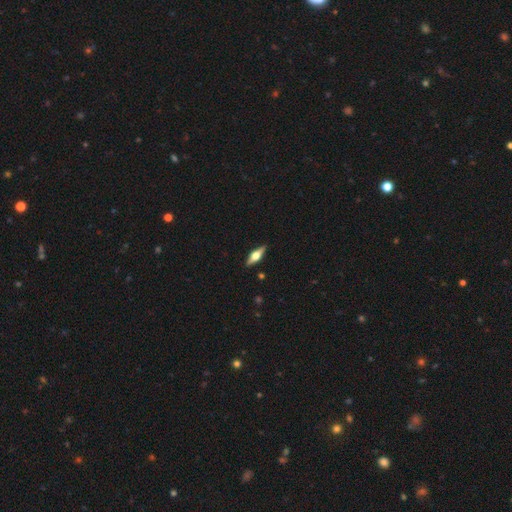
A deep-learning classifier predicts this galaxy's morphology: A featured or disk galaxy (63%) viewed edge-on (95%) with a rounded central bulge (94%). Merging: none (90%).